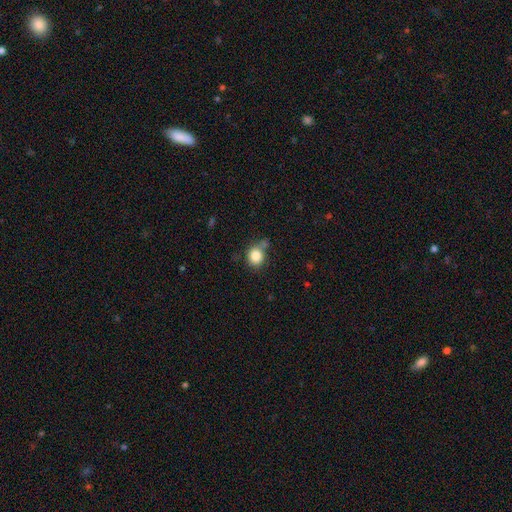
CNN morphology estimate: Smooth or featured? smooth (83%)
How rounded? round (74%)
Merging? none (63%)